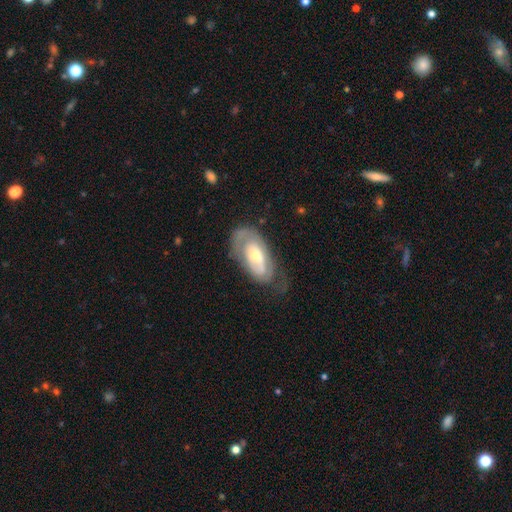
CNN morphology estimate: Overall: featured or disk (64%; smooth 30%). Edge-on disk: no (92%). Bar: no (64%; weak 28%). Spiral arms: yes (68%; no 32%). Bulge size: moderate (54%; small 34%). Merging: none (51%; minor disturbance 27%).